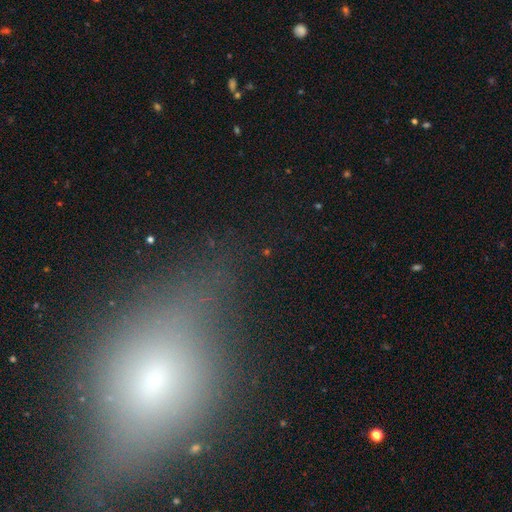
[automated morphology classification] This is marginally a smooth galaxy (43%). Merging: likely none (67%).